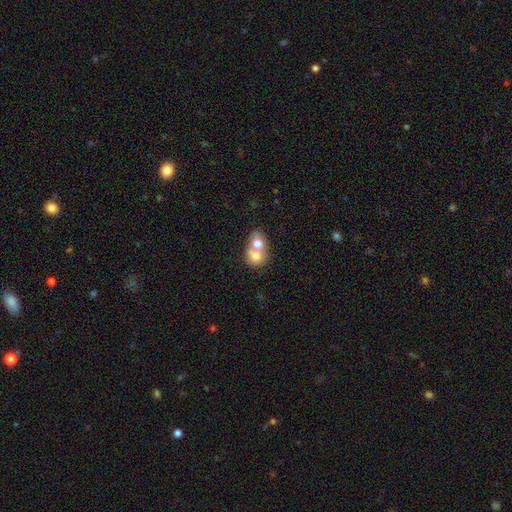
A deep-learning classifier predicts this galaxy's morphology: smooth 66%, featured or disk 25%, star or artifact 8%. Down the decision tree: how rounded — round (55%); merging — merger (73%).